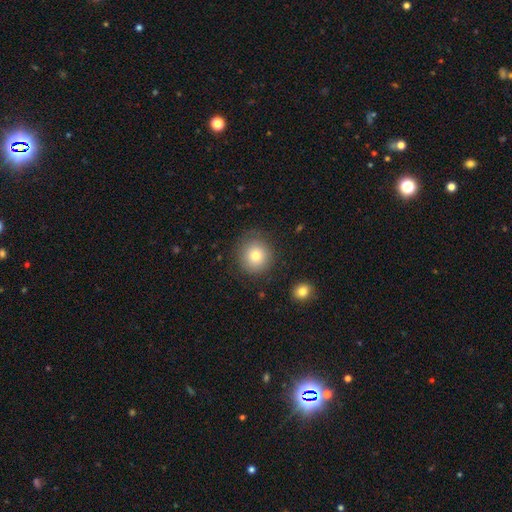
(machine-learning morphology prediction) This appears to be a smooth galaxy with no disk features (78%) that is round (90%). Merging: none (83%).